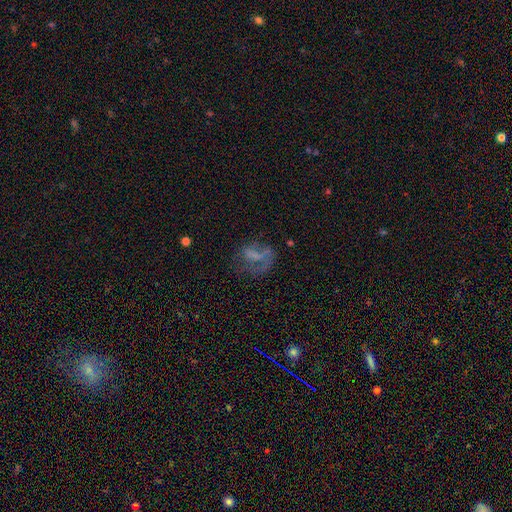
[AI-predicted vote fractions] Q: Smooth or featured?
A: featured or disk (47%); runner-up: smooth (36%)
Q: Merging?
A: major disturbance (42%); runner-up: none (34%)